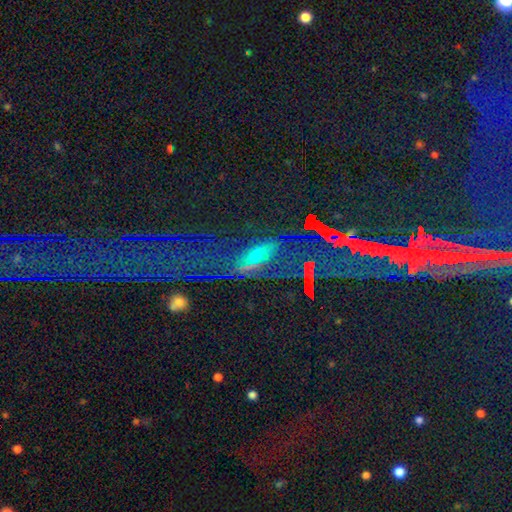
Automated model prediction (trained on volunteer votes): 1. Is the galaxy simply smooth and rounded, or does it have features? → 55% star or artifact, 23% featured or disk, 22% smooth.